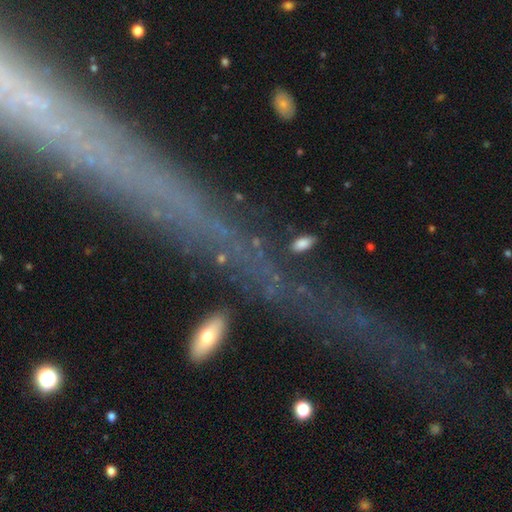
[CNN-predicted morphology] The model was most divided on "smooth or featured": featured or disk: 38%, star or artifact: 34%, smooth: 28%. More confident: merging — none (68%).